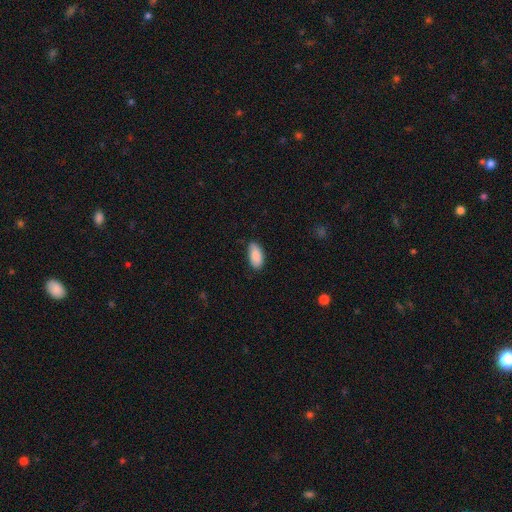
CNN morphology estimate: Smooth or featured: smooth — 89% (star or artifact — 6%)
How rounded: in between — 92% (cigar-shaped — 5%)
Merging: none — 77% (minor disturbance — 19%)